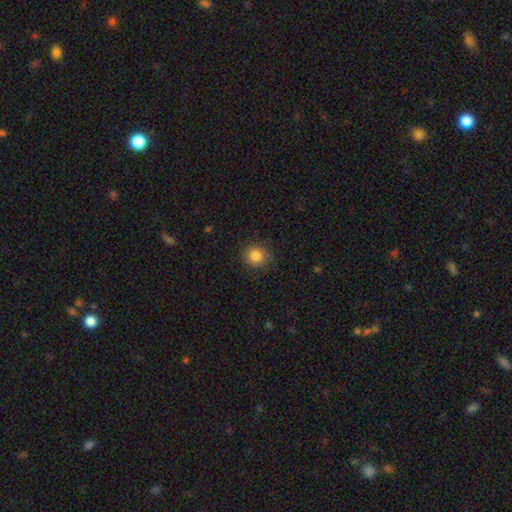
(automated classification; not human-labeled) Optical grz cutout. It shows a smooth galaxy with no disk features (84%) that is round (87%). Merging: none (85%).